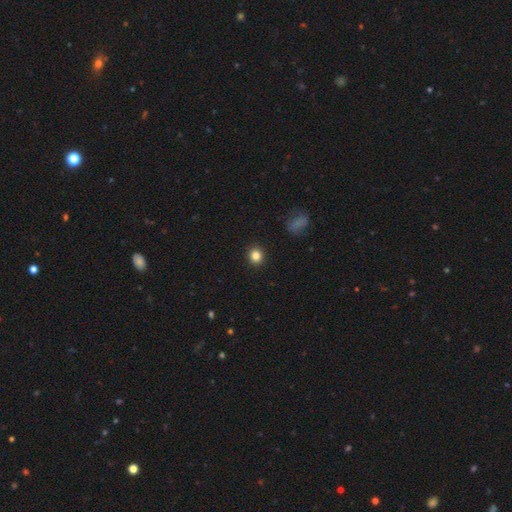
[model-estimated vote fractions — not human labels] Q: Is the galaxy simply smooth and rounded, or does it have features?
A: smooth — 83%.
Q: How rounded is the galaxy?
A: round — 85%.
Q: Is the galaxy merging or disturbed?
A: none — 92%.